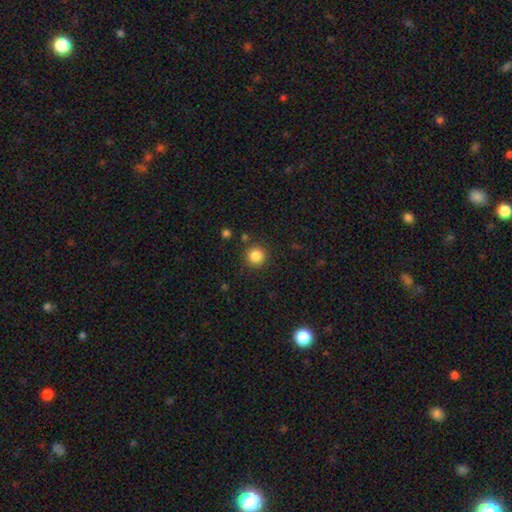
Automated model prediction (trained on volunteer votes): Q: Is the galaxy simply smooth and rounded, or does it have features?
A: smooth — 85%.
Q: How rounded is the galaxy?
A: round — 94%.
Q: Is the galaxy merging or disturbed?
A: none — 88%.